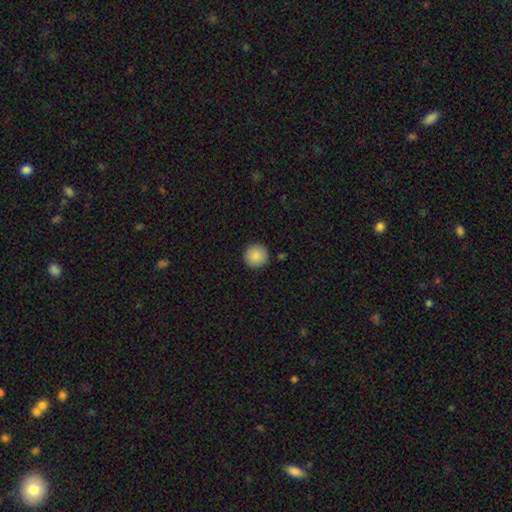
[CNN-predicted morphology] Q: Smooth or featured?
A: smooth (88%); runner-up: star or artifact (8%)
Q: How rounded?
A: round (95%); runner-up: in between (4%)
Q: Merging?
A: none (92%); runner-up: minor disturbance (6%)